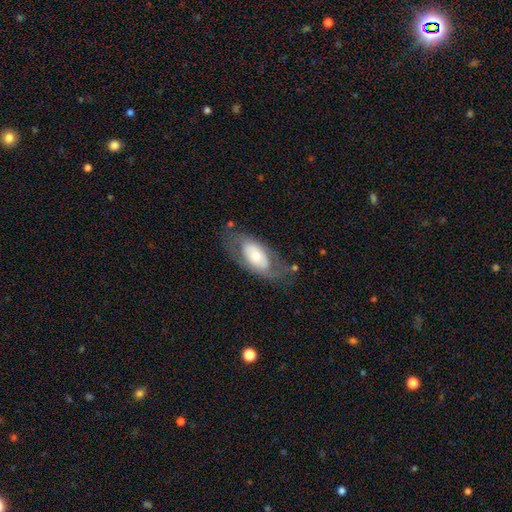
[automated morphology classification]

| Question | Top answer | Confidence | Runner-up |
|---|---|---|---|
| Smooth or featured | featured or disk | 50% | smooth (43%) |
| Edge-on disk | no | 86% | yes (14%) |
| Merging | none | 66% | minor disturbance (19%) |